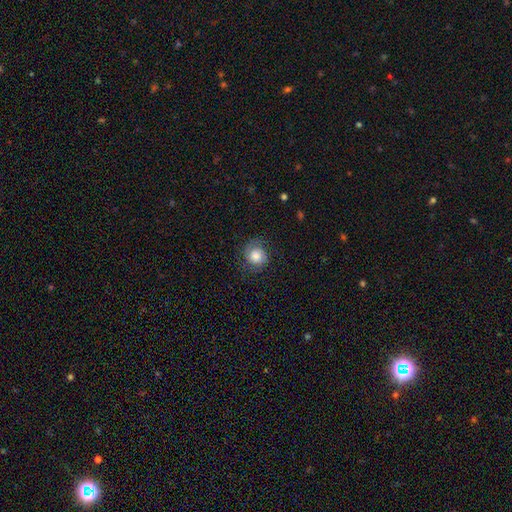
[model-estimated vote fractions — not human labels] A smooth galaxy with no disk features (66%) that is round (83%).

Vote fractions:
- Smooth or featured? smooth: 66% / featured or disk: 25% / star or artifact: 9%
- How rounded? round: 83% / in between: 16% / cigar-shaped: 1%
- Merging? none: 70% / minor disturbance: 19% / major disturbance: 10% / merger: 1%